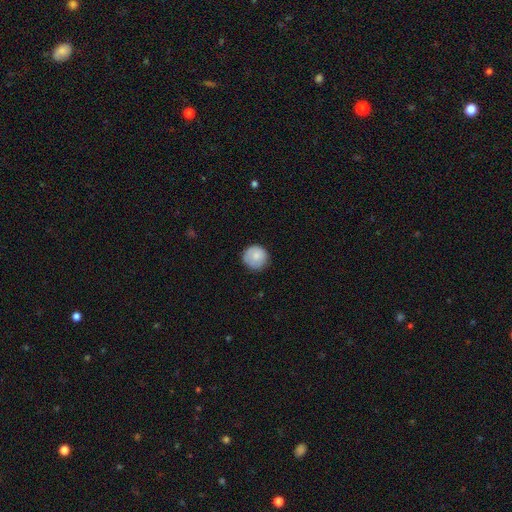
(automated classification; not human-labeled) smooth_or_featured: smooth (p=0.82) [alt: featured or disk p=0.11]
how_rounded: round (p=0.94) [alt: in between p=0.05]
merging: none (p=0.83) [alt: minor disturbance p=0.13]